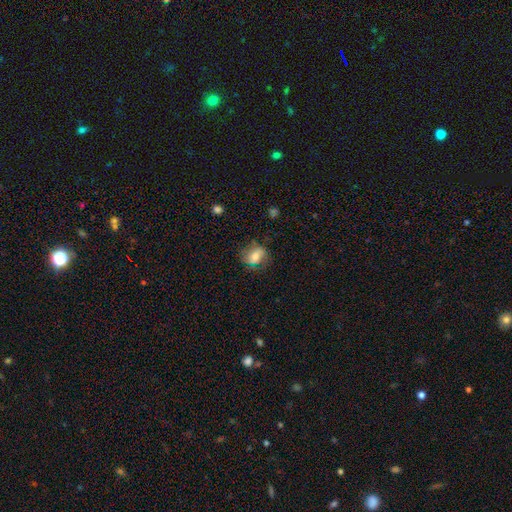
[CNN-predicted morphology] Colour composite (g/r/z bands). It shows a smooth galaxy with no disk features (64%) that is round (52%). Merging: none (66%).